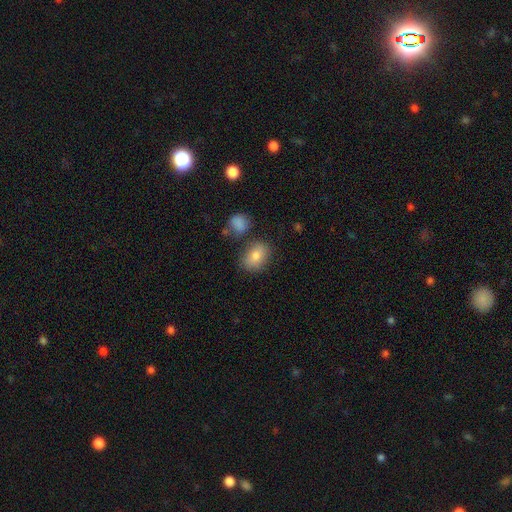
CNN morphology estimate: smooth_or_featured: smooth (p=0.82) [alt: featured or disk p=0.10]
how_rounded: in between (p=0.76) [alt: round p=0.23]
merging: none (p=0.74) [alt: minor disturbance p=0.14]